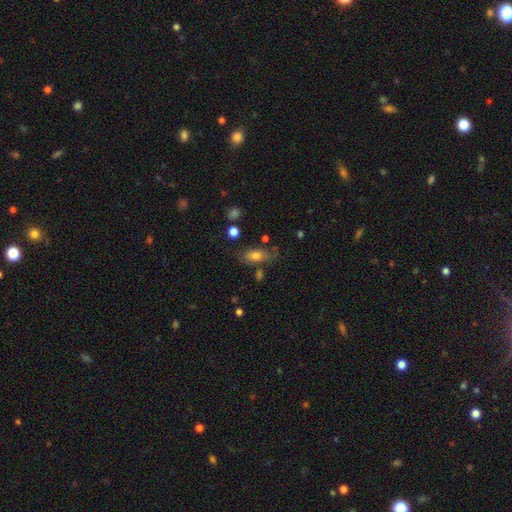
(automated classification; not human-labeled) Morphology: type=smooth (69%); roundness=in between (83%); merging=none (63%).